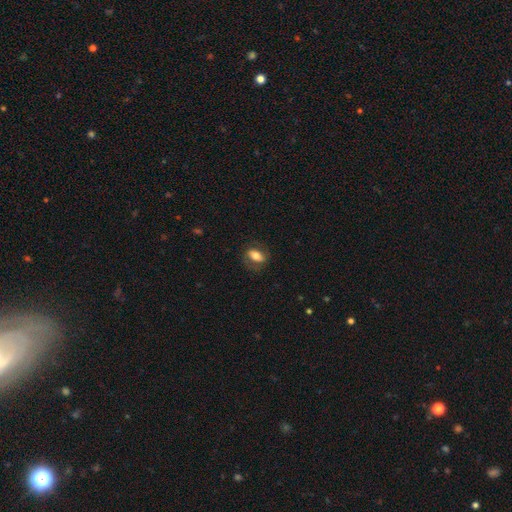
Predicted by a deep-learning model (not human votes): This appears to be a smooth galaxy with no disk features (59%) that is in between round and cigar-shaped (80%). Merging: none (74%).